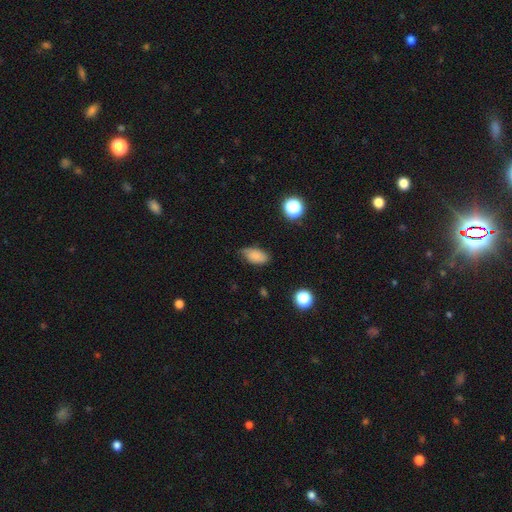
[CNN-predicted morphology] A smooth galaxy with no disk features (82%) that is in between round and cigar-shaped (91%).

Vote fractions:
- Smooth or featured? smooth: 82% / star or artifact: 10% / featured or disk: 8%
- How rounded? in between: 91% / round: 6% / cigar-shaped: 3%
- Merging? none: 67% / minor disturbance: 27% / major disturbance: 5% / merger: 2%